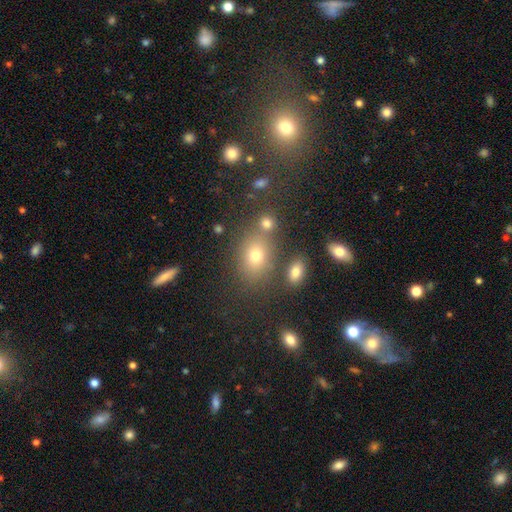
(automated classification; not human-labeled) This is likely a smooth galaxy (67%). How rounded: likely in between (70%). Merging: likely none (69%).